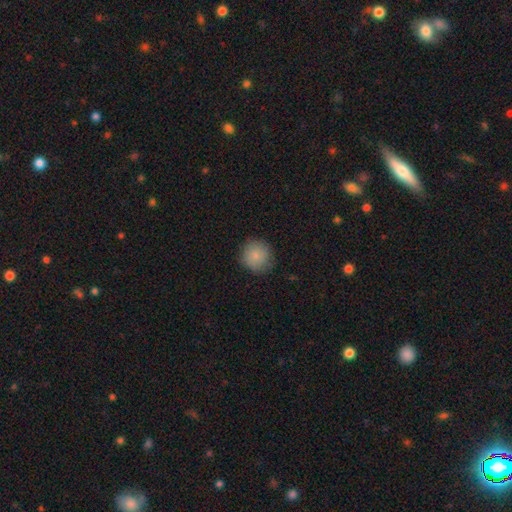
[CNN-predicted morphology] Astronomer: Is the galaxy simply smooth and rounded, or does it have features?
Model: smooth — 84%.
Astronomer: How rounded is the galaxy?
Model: round — 92%.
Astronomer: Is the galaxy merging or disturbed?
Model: none — 84%.